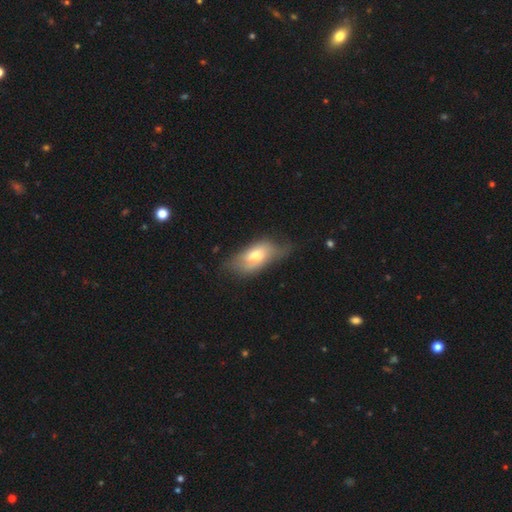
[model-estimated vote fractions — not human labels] smooth_or_featured: smooth (p=0.62) [alt: featured or disk p=0.31]
how_rounded: in between (p=0.88) [alt: cigar-shaped p=0.08]
merging: none (p=0.47) [alt: minor disturbance p=0.37]